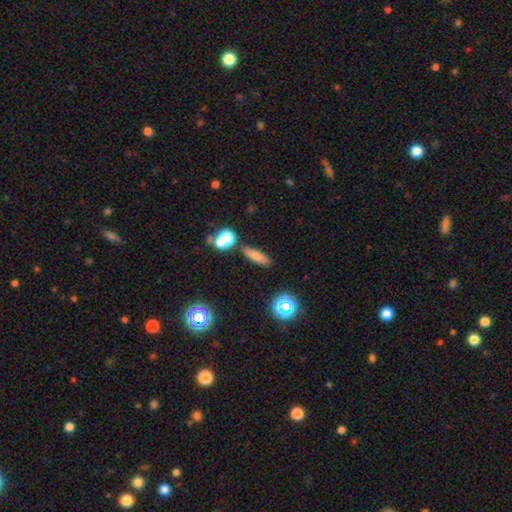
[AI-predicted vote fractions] A smooth galaxy with no disk features (72%) that is cigar-shaped (60%).

Vote fractions:
- Smooth or featured? smooth: 72% / star or artifact: 15% / featured or disk: 13%
- How rounded? cigar-shaped: 60% / in between: 34% / round: 6%
- Merging? none: 78% / minor disturbance: 10% / merger: 8% / major disturbance: 3%